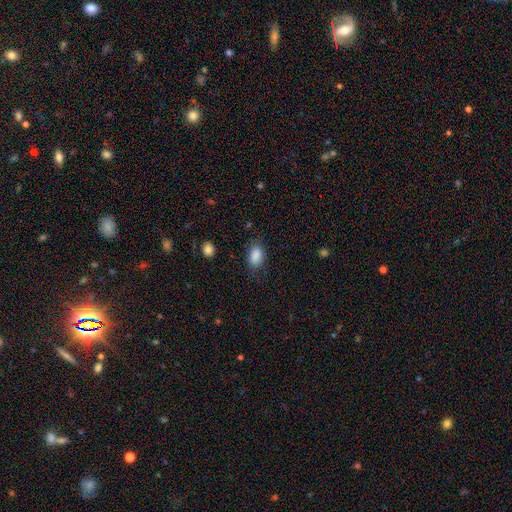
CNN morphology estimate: This appears to be a smooth galaxy with no disk features (88%) that is in between round and cigar-shaped (89%). Merging: none (77%).